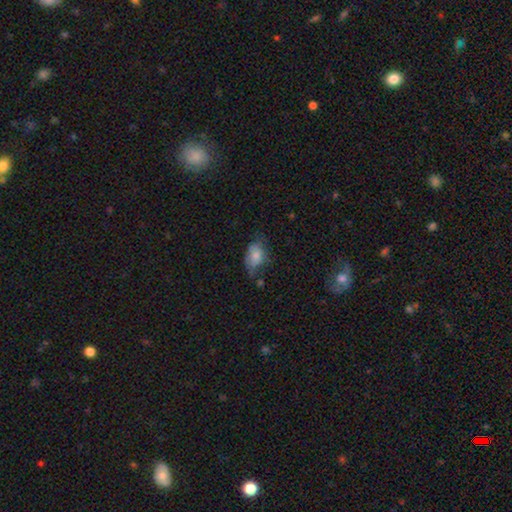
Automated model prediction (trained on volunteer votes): This is likely a smooth galaxy (73%). How rounded: clearly in between (87%). Merging: marginally none (38%, tied with minor disturbance).